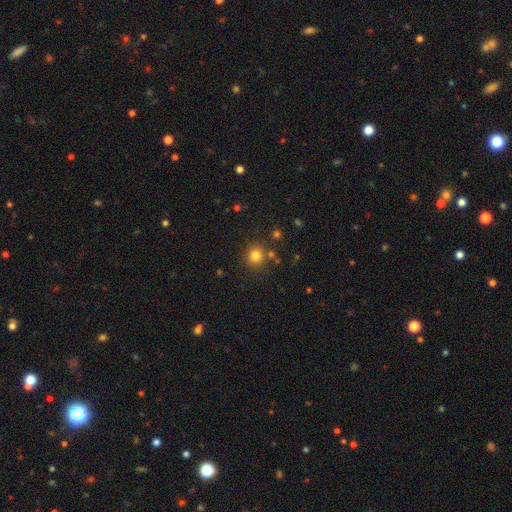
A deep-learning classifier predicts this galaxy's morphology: Overall: smooth (80%). How rounded: round (90%). Merging: none (84%).